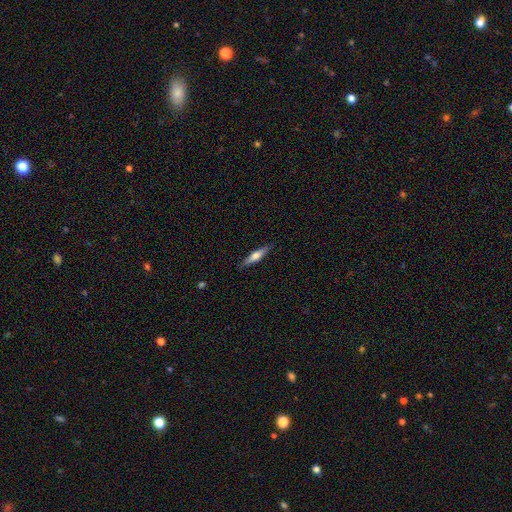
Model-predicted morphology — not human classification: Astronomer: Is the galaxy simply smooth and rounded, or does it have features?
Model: smooth — 55% (runner-up: featured or disk, 40%).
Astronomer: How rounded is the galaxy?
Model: cigar-shaped — 78%.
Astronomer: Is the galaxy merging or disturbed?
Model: none — 87%.